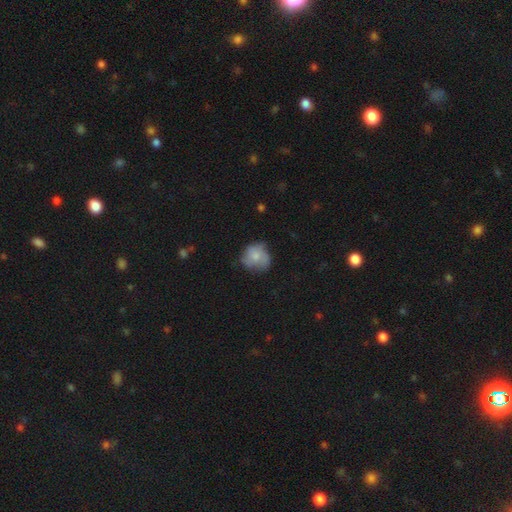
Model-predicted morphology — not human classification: This is likely a smooth galaxy (69%). How rounded: likely round (79%). Merging: possibly none (56%).